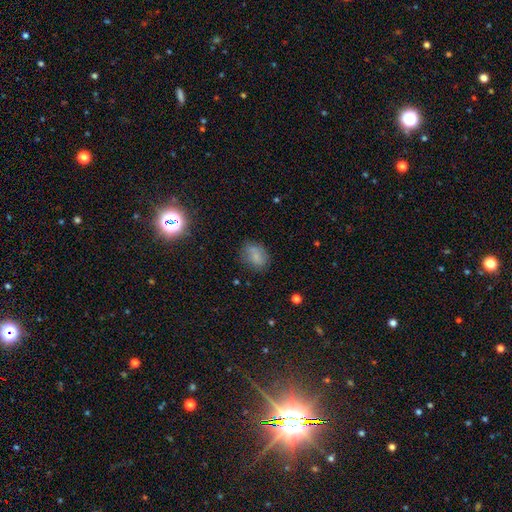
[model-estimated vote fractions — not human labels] smooth-or-featured: smooth: 74% | featured or disk: 14% | star or artifact: 12%
  how-rounded: in between: 64% | round: 34% | cigar-shaped: 2%
  merging: none: 65% | minor disturbance: 23% | major disturbance: 8% | merger: 4%